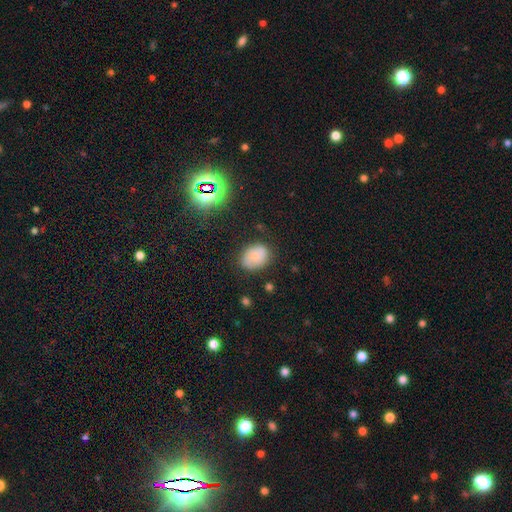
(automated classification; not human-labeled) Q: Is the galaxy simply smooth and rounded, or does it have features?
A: smooth — 78%.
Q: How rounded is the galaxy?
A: in between — 69%.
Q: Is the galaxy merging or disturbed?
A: none — 73%.